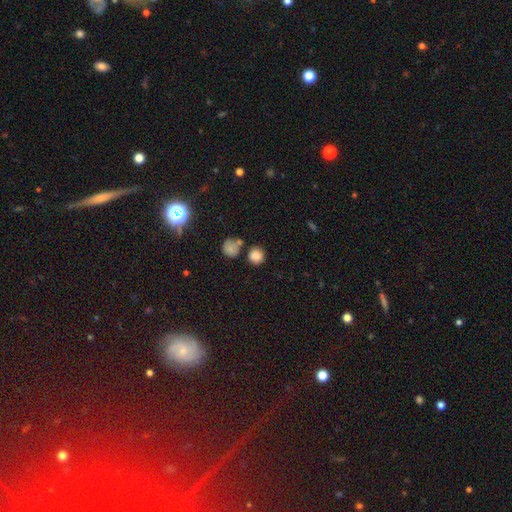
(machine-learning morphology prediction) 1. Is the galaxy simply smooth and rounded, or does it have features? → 82% smooth, 13% star or artifact, 6% featured or disk.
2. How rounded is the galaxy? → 86% round, 13% in between, 1% cigar-shaped.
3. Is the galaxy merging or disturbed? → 68% none, 16% merger, 12% minor disturbance, 4% major disturbance.